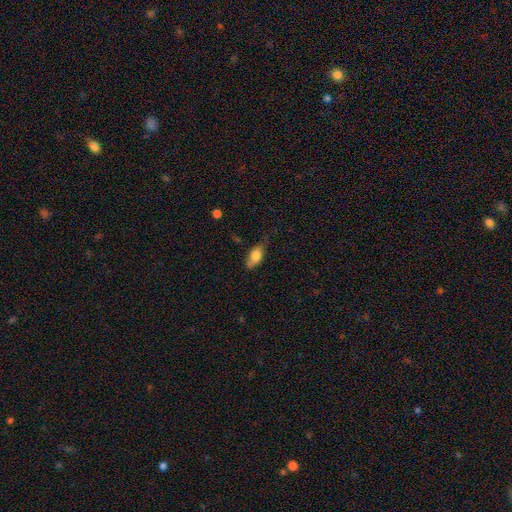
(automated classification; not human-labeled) Smooth or featured? Predicted: smooth (p=0.72). How rounded? Predicted: in between (p=0.83). Merging? Predicted: none (p=0.57).